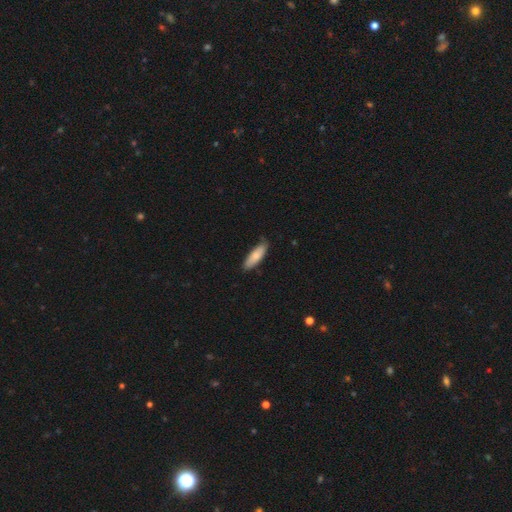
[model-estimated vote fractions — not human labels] Smooth or featured: smooth — 78% (featured or disk — 17%)
How rounded: in between — 58% (cigar-shaped — 41%)
Merging: none — 77% (minor disturbance — 19%)